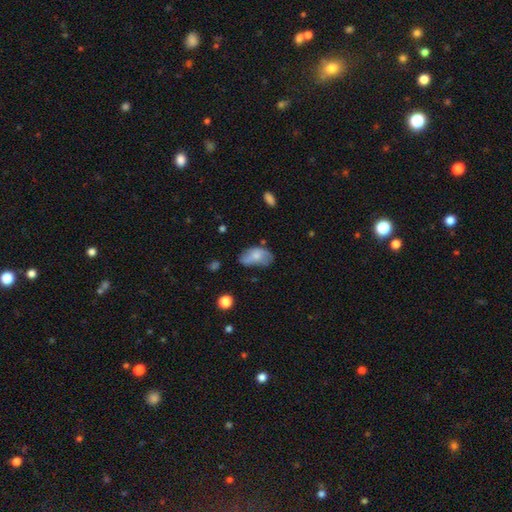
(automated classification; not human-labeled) Q: Smooth or featured?
A: smooth (63%); runner-up: featured or disk (29%)
Q: How rounded?
A: in between (92%); runner-up: round (6%)
Q: Merging?
A: none (46%); runner-up: minor disturbance (35%)